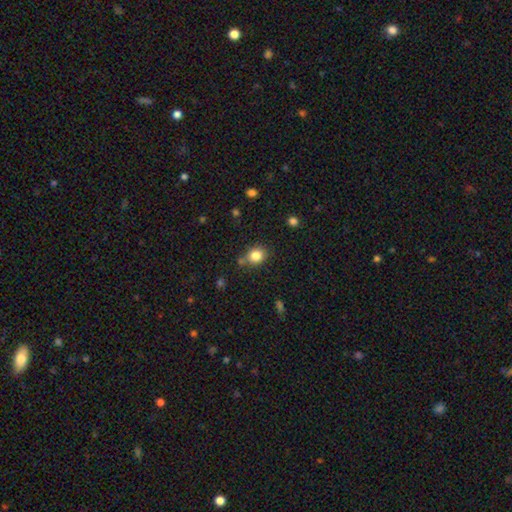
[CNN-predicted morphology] Q: Smooth or featured?
A: smooth (83%); runner-up: star or artifact (11%)
Q: How rounded?
A: round (67%); runner-up: in between (32%)
Q: Merging?
A: none (74%); runner-up: minor disturbance (14%)